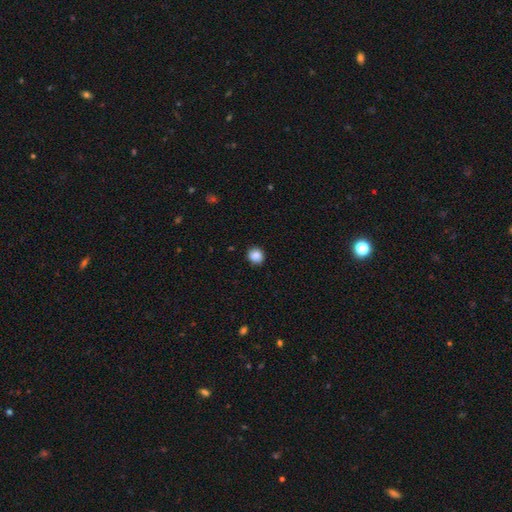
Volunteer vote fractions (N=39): Smooth or featured? smooth (90%)
How rounded? round (83%)
Merging? none (83%)